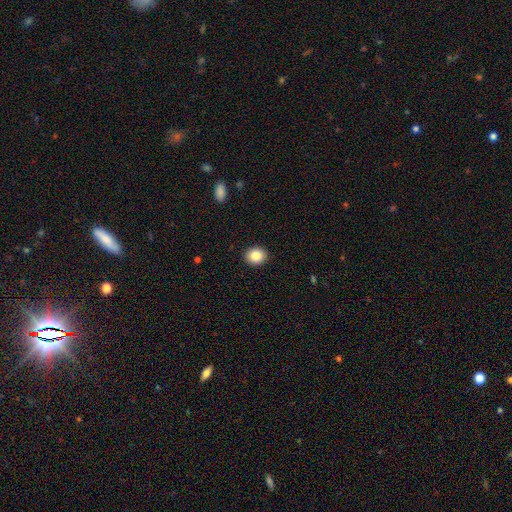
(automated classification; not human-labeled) Morphology: type=smooth (85%); roundness=round (70%); merging=none (92%).